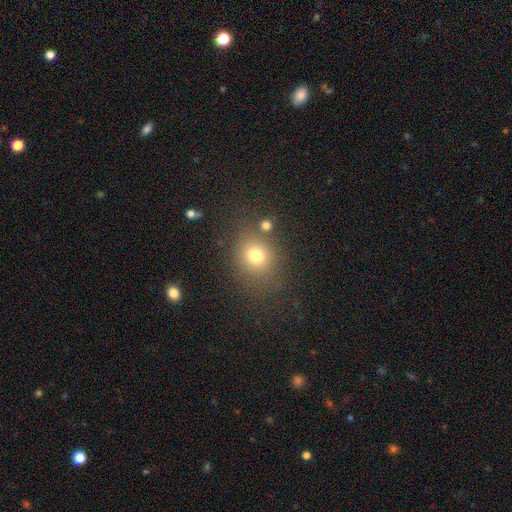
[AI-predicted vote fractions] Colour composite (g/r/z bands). It shows a smooth galaxy with no disk features (74%) that is round (69%). Merging: none (75%).